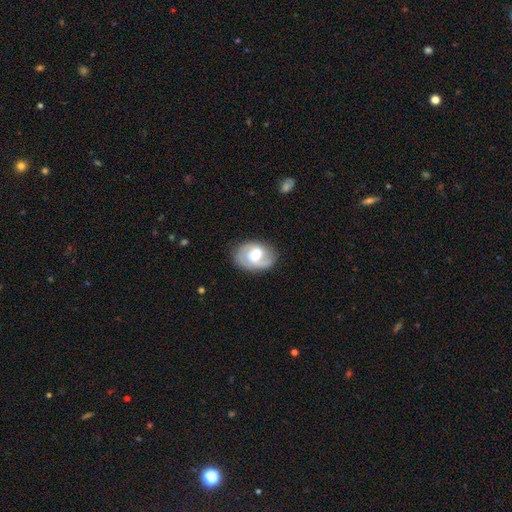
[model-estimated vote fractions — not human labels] Q: Smooth or featured?
A: featured or disk (63%); runner-up: smooth (30%)
Q: Edge-on disk?
A: no (96%); runner-up: yes (4%)
Q: Bar?
A: weak (48%); runner-up: no (36%)
Q: Spiral arms?
A: yes (73%); runner-up: no (27%)
Q: Bulge size?
A: moderate (60%); runner-up: large (22%)
Q: Merging?
A: none (75%); runner-up: minor disturbance (17%)